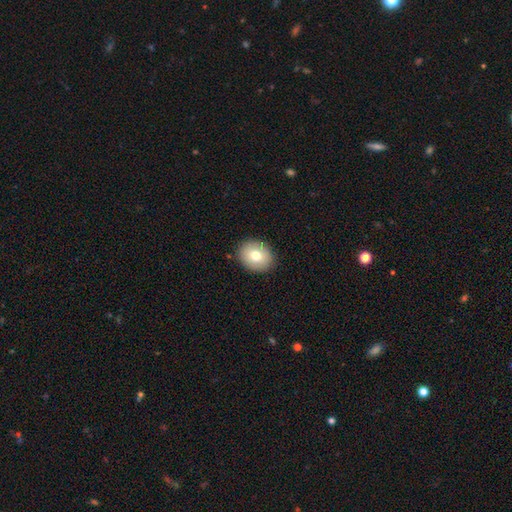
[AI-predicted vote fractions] smooth-or-featured: smooth: 75% | featured or disk: 16% | star or artifact: 9%
  how-rounded: round: 61% | in between: 38% | cigar-shaped: 1%
  merging: none: 89% | minor disturbance: 8% | major disturbance: 2% | merger: 1%